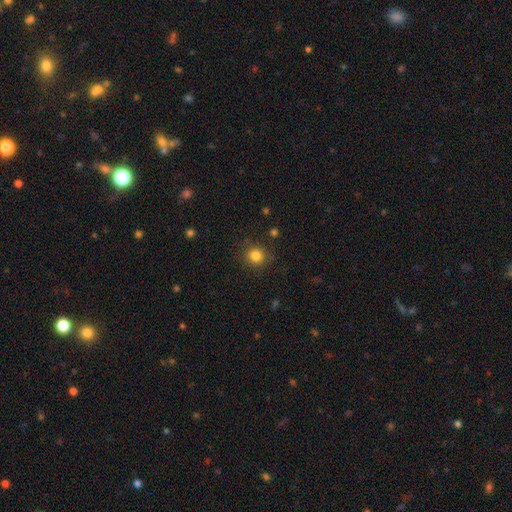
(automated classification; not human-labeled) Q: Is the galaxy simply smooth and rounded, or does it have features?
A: smooth — 83%.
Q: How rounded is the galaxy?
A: round — 88%.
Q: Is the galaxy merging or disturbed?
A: none — 87%.